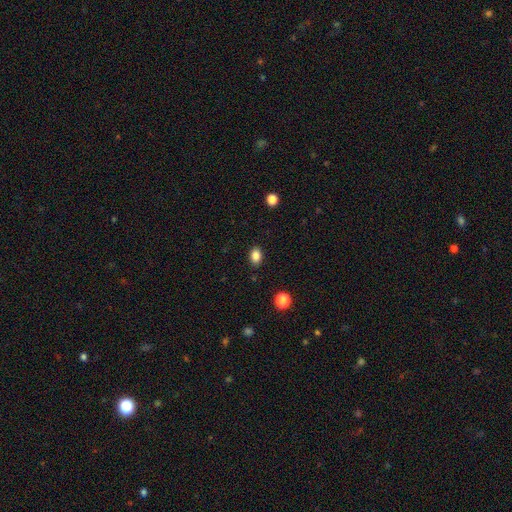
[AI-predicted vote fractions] smooth_or_featured: smooth (p=0.85) [alt: star or artifact p=0.10]
how_rounded: in between (p=0.75) [alt: round p=0.24]
merging: none (p=0.87) [alt: minor disturbance p=0.09]